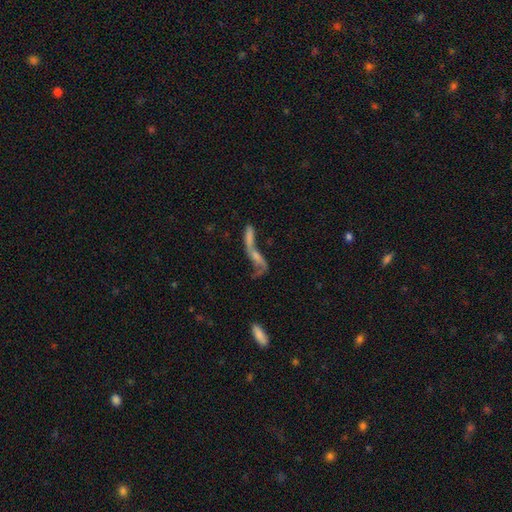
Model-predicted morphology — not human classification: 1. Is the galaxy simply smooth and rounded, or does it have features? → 66% featured or disk, 21% smooth, 13% star or artifact.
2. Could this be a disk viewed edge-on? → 80% no, 20% yes.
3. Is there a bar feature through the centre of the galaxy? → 64% no, 25% weak, 10% strong.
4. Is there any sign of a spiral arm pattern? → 67% yes, 33% no.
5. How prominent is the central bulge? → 40% none, 37% small, 18% moderate, 4% large, 2% dominant.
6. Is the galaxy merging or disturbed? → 47% merger, 25% none, 18% major disturbance, 10% minor disturbance.